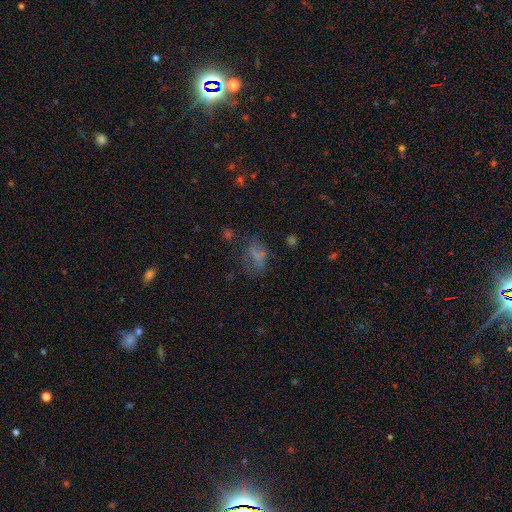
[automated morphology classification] Q: Smooth or featured?
A: smooth (44%); runner-up: star or artifact (31%)
Q: Merging?
A: none (48%); runner-up: major disturbance (27%)